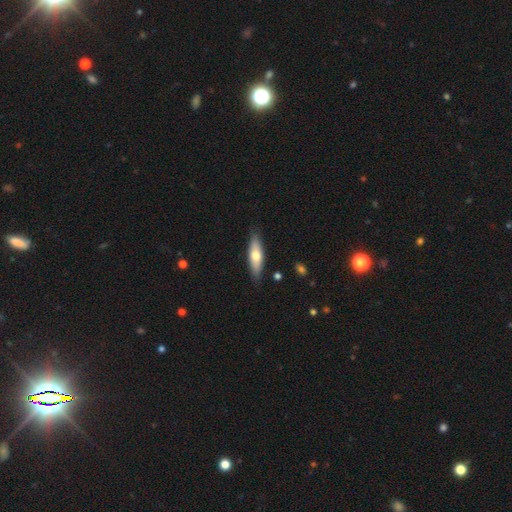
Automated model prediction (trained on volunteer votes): smooth-or-featured: smooth: 61% | featured or disk: 33% | star or artifact: 5%
  how-rounded: cigar-shaped: 59% | in between: 39% | round: 2%
  merging: none: 87% | minor disturbance: 10% | major disturbance: 2% | merger: 1%